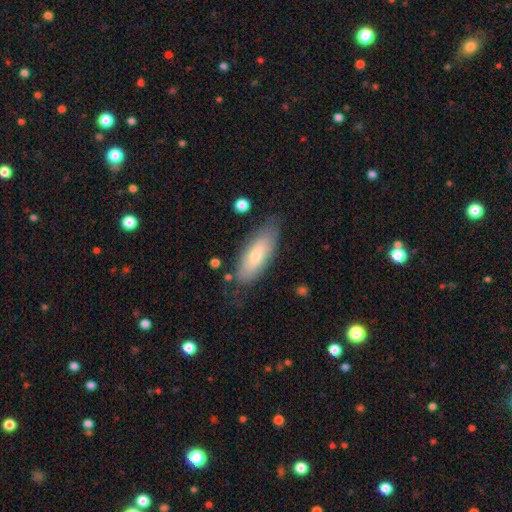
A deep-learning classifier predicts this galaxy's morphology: Smooth or featured? Predicted: smooth (p=0.69). How rounded? Predicted: in between (p=0.72). Merging? Predicted: none (p=0.71).